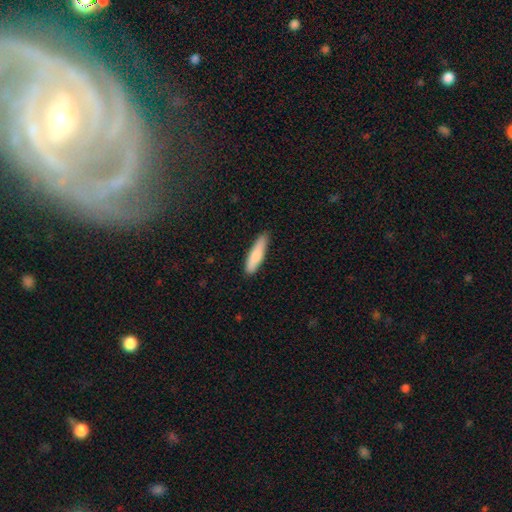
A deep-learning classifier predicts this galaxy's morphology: smooth-or-featured: smooth: 79% | featured or disk: 15% | star or artifact: 5%
  how-rounded: cigar-shaped: 77% | in between: 22% | round: 1%
  merging: none: 85% | minor disturbance: 12% | major disturbance: 2% | merger: 1%